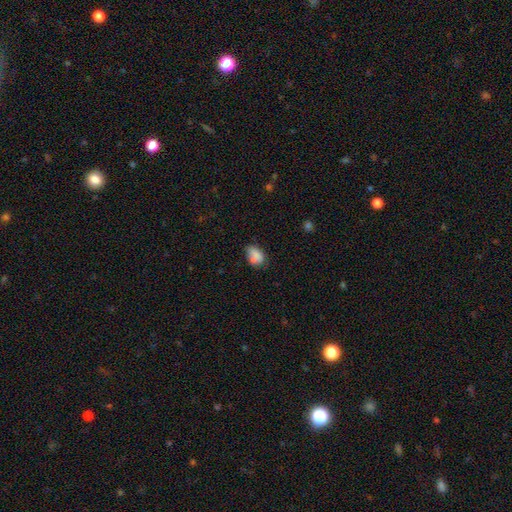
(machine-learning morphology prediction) Smooth or featured? smooth (78%)
How rounded? in between (82%)
Merging? none (49%)